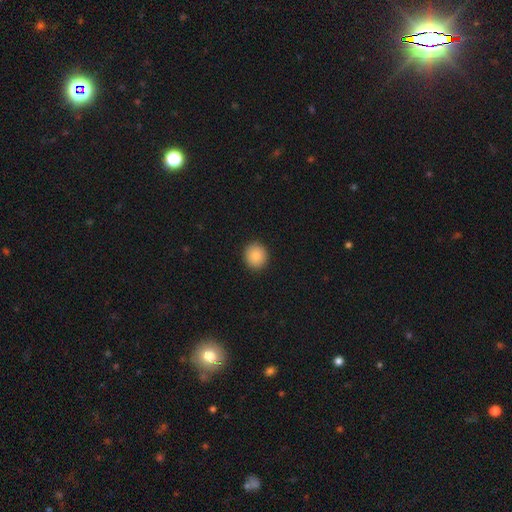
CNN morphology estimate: Smooth or featured? smooth (86%)
How rounded? round (89%)
Merging? none (92%)